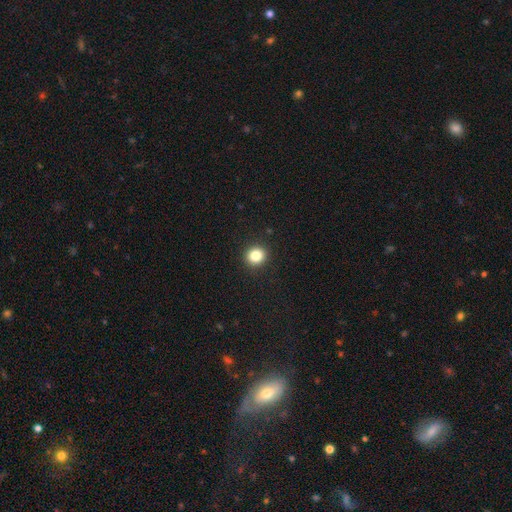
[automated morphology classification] smooth_or_featured: smooth (p=0.84) [alt: star or artifact p=0.11]
how_rounded: round (p=0.87) [alt: in between p=0.12]
merging: none (p=0.92) [alt: minor disturbance p=0.05]